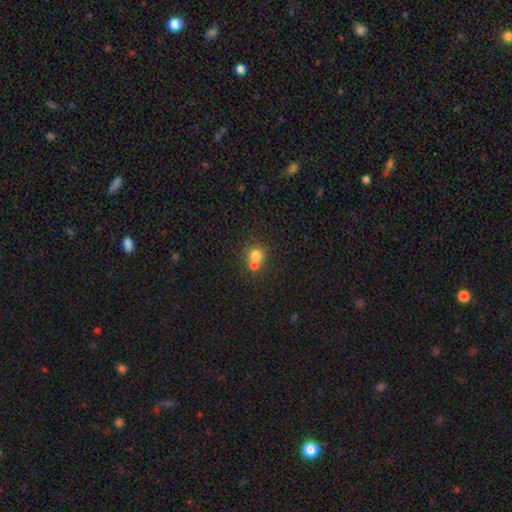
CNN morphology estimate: Overall: smooth (74%). How rounded: round (85%). Merging: merger (53%; none 39%).